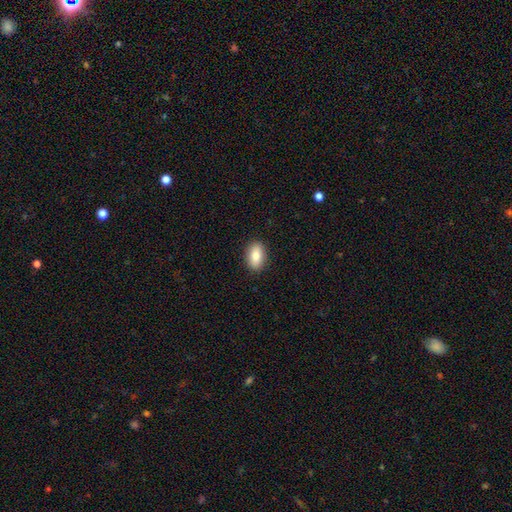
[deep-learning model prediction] Smooth or featured? Predicted: smooth (p=0.84). How rounded? Predicted: in between (p=0.90). Merging? Predicted: none (p=0.89).